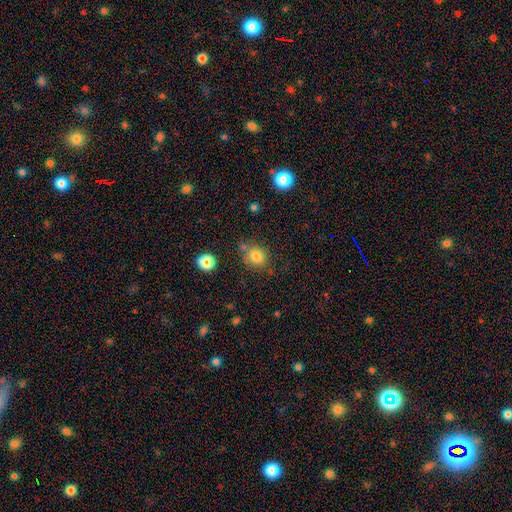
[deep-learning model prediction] Smooth or featured? Predicted: smooth (p=0.81). How rounded? Predicted: round (p=0.79). Merging? Predicted: none (p=0.70).